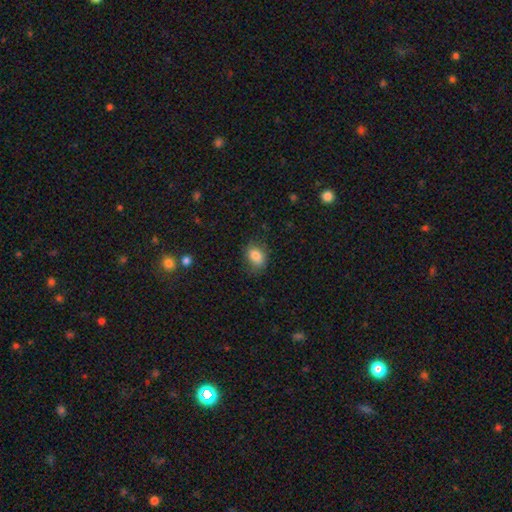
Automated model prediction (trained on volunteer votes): Smooth or featured? smooth (84%)
How rounded? in between (78%)
Merging? none (74%)